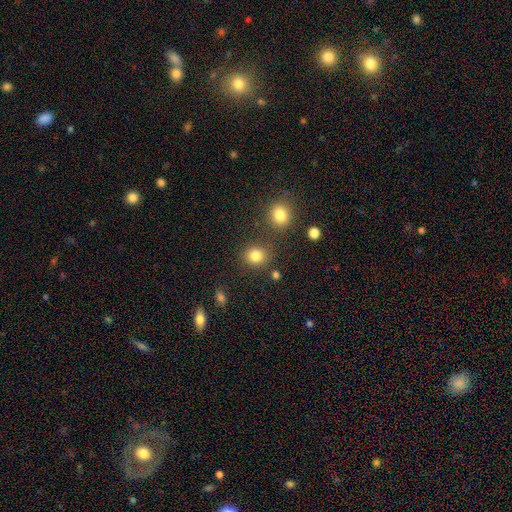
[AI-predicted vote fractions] smooth 82%, star or artifact 13%, featured or disk 5%. Down the decision tree: how rounded — round (79%); merging — none (78%).